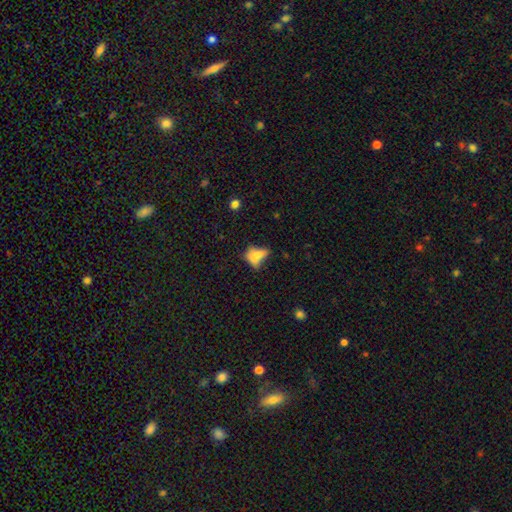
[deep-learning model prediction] Overall: smooth (65%). How rounded: in between (74%). Merging: none (31%; major disturbance 28%).